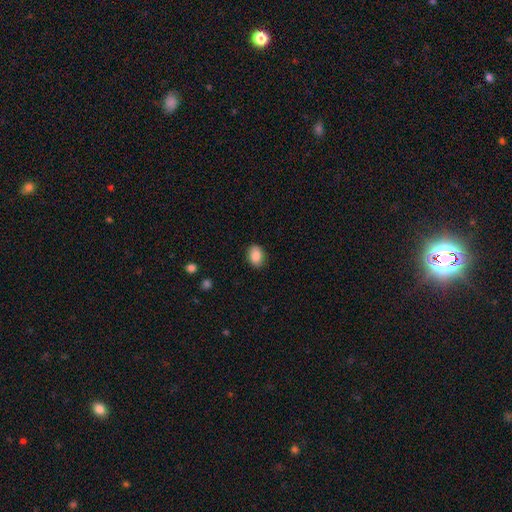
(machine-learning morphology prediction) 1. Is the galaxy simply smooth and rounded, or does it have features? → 88% smooth, 8% star or artifact, 4% featured or disk.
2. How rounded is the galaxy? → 69% in between, 30% round, 1% cigar-shaped.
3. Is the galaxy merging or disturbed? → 86% none, 10% minor disturbance, 3% major disturbance, 1% merger.